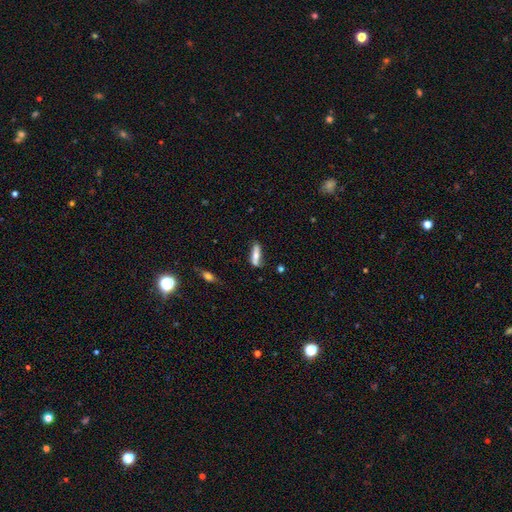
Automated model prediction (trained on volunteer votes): Q: Smooth or featured?
A: smooth (61%); runner-up: featured or disk (32%)
Q: How rounded?
A: cigar-shaped (56%); runner-up: in between (41%)
Q: Merging?
A: none (59%); runner-up: minor disturbance (25%)